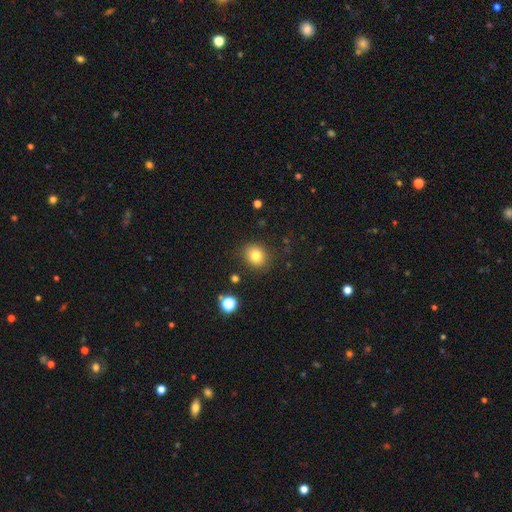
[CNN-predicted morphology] A smooth galaxy with no disk features (80%) that is round (67%).

Vote fractions:
- Smooth or featured? smooth: 80% / star or artifact: 12% / featured or disk: 8%
- How rounded? round: 67% / in between: 32% / cigar-shaped: 1%
- Merging? none: 85% / minor disturbance: 10% / major disturbance: 3% / merger: 2%